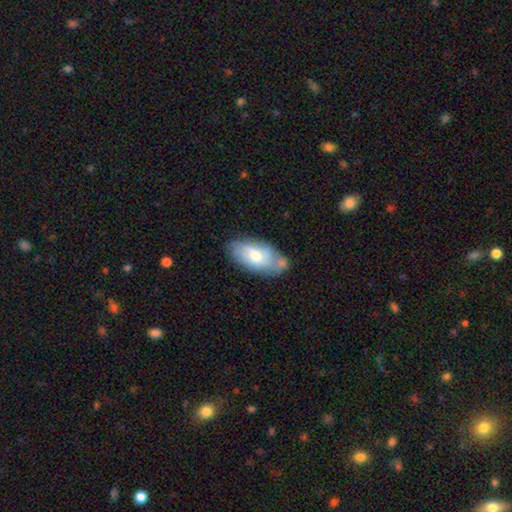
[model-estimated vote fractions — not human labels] Smooth or featured? smooth (57%)
How rounded? in between (92%)
Merging? none (59%)